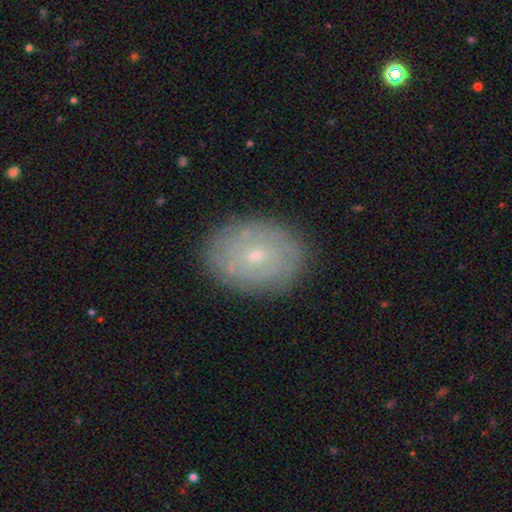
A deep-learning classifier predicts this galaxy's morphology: This is possibly a featured or disk galaxy (52%). It is clearly not viewed edge-on (95%). Merging: clearly none (83%).